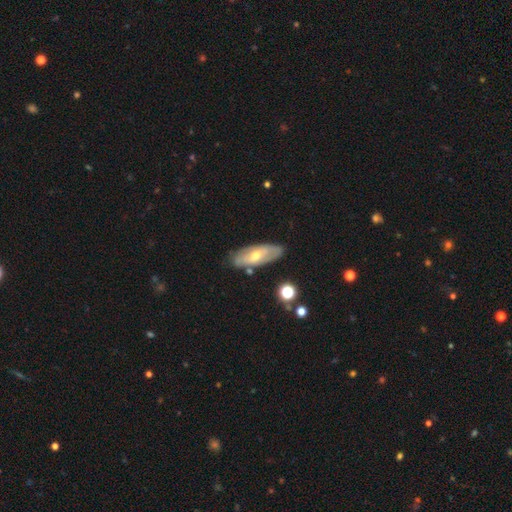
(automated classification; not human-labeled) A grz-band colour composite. It shows a featured or disk galaxy (52%). Merging: none (77%).